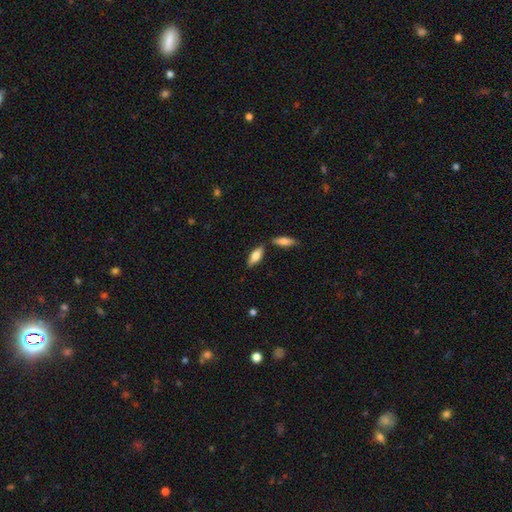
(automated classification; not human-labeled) Overall: smooth (67%). How rounded: in between (67%; cigar-shaped 31%). Merging: none (75%).